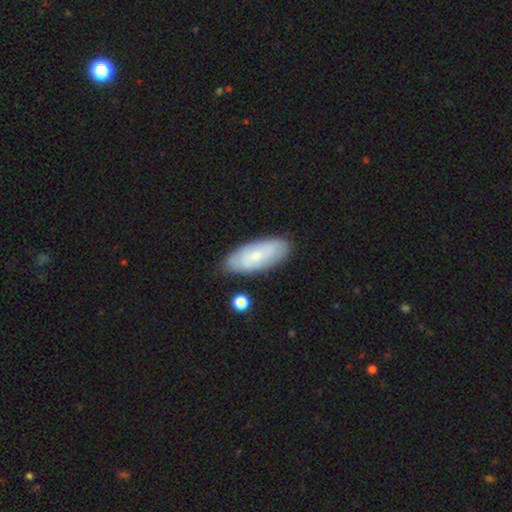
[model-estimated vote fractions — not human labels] smooth 59%, featured or disk 35%, star or artifact 7%. Down the decision tree: how rounded — in between (81%); merging — none (83%).